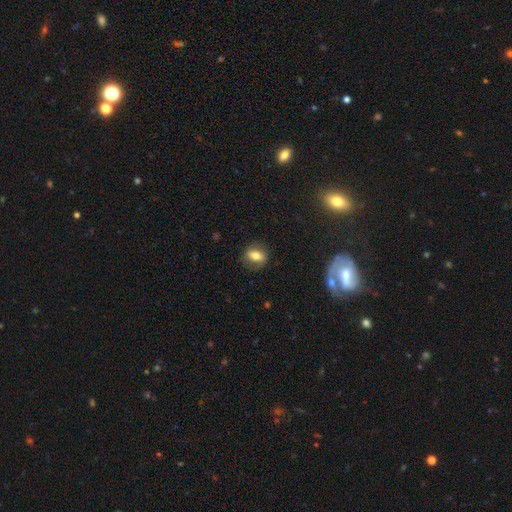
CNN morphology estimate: Smooth or featured?
  - smooth: 70% *
  - featured or disk: 21%
  - star or artifact: 9%
How rounded?
  - in between: 67% *
  - round: 27%
  - cigar-shaped: 5%
Merging?
  - none: 81% *
  - minor disturbance: 14%
  - major disturbance: 5%
  - merger: 1%